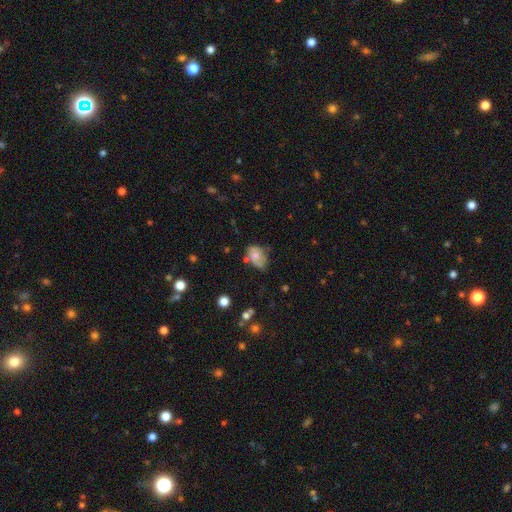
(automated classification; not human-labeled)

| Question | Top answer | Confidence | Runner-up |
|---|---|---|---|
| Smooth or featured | smooth | 61% | featured or disk (29%) |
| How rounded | in between | 76% | round (23%) |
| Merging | none | 40% | minor disturbance (37%) |